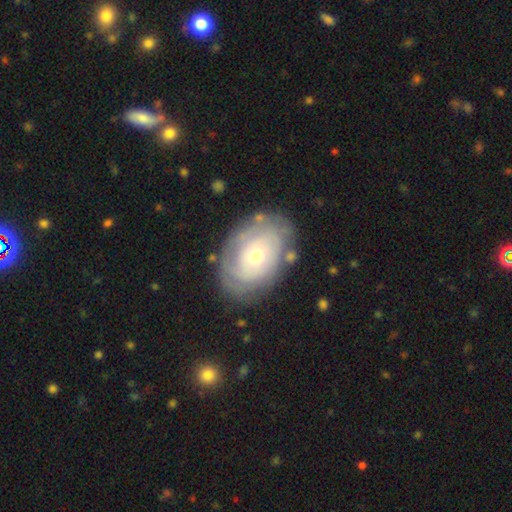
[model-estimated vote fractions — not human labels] Smooth or featured?
  - featured or disk: 62% *
  - smooth: 32%
  - star or artifact: 6%
Edge-on disk?
  - no: 95% *
  - yes: 5%
Bar?
  - no: 86% *
  - weak: 12%
  - strong: 3%
Spiral arms?
  - yes: 58% *
  - no: 42%
Bulge size?
  - small: 48% *
  - moderate: 46%
  - large: 3%
  - dominant: 1%
  - none: 1%
Merging?
  - none: 76% *
  - minor disturbance: 16%
  - major disturbance: 6%
  - merger: 2%